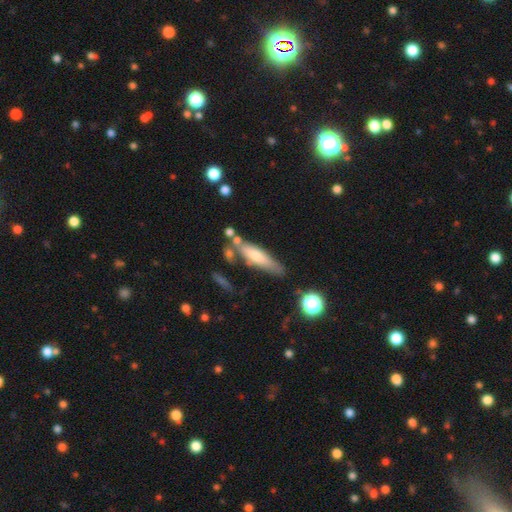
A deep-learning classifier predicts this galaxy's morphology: A smooth galaxy with no disk features (61%) that is cigar-shaped (72%). Merging: none (62%).